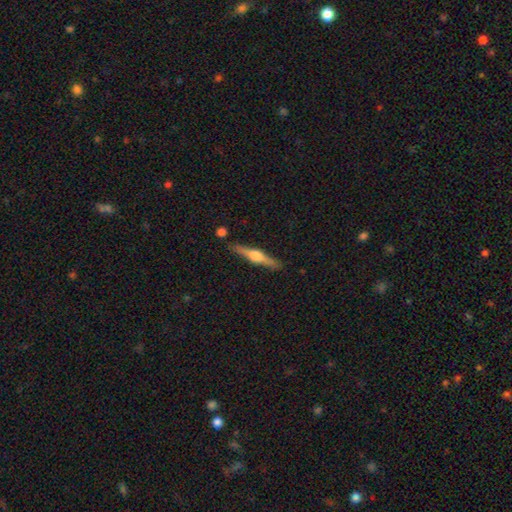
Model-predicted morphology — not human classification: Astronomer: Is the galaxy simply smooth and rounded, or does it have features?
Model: featured or disk — 74%.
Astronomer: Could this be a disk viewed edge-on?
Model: yes — 98%.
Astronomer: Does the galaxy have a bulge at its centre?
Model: rounded — 94%.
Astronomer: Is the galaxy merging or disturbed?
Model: none — 87%.